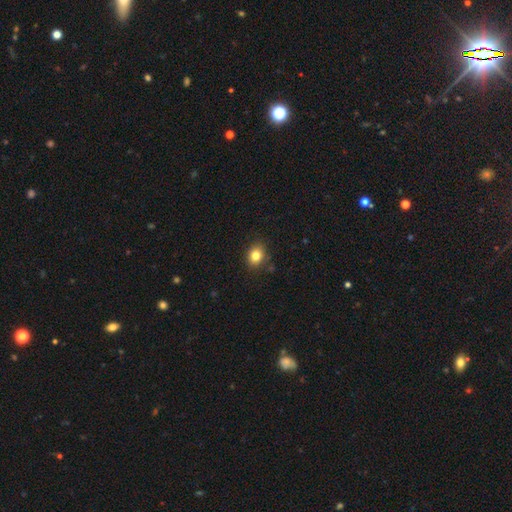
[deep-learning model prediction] A smooth galaxy with no disk features (81%) that is round (55%).

Vote fractions:
- Smooth or featured? smooth: 81% / star or artifact: 11% / featured or disk: 8%
- How rounded? round: 55% / in between: 44% / cigar-shaped: 1%
- Merging? none: 86% / minor disturbance: 10% / major disturbance: 2% / merger: 2%